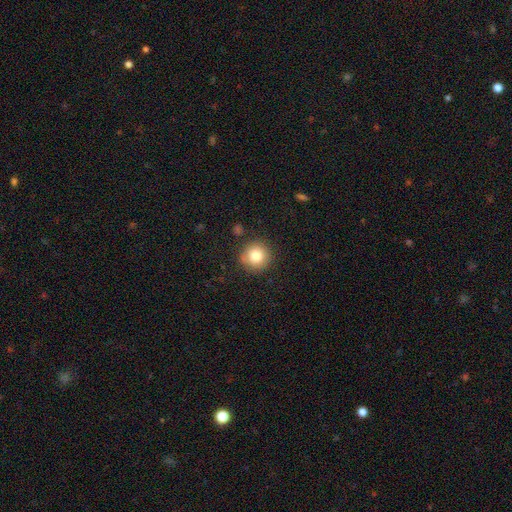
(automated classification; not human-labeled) Smooth or featured? Predicted: smooth (p=0.82). How rounded? Predicted: round (p=0.94). Merging? Predicted: none (p=0.85).